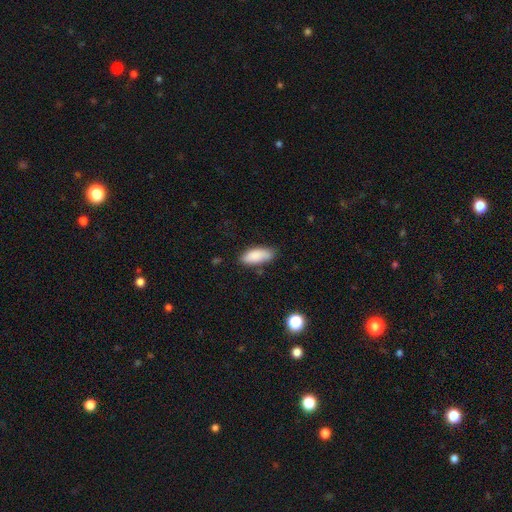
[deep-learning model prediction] smooth 87%, star or artifact 7%, featured or disk 6%. Down the decision tree: how rounded — in between (82%); merging — none (73%).